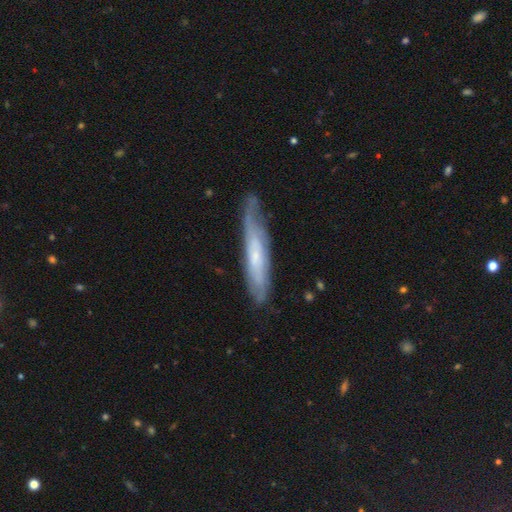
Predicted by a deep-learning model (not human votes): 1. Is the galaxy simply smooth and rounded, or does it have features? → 59% featured or disk, 35% smooth, 6% star or artifact.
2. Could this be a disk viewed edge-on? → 54% yes, 46% no.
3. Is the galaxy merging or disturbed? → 64% none, 26% minor disturbance, 8% major disturbance, 2% merger.